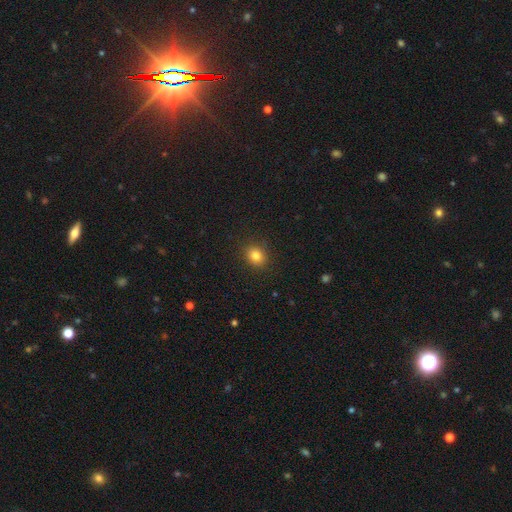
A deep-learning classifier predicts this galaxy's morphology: This appears to be a smooth galaxy with no disk features (83%) that is round (72%). Merging: none (89%).